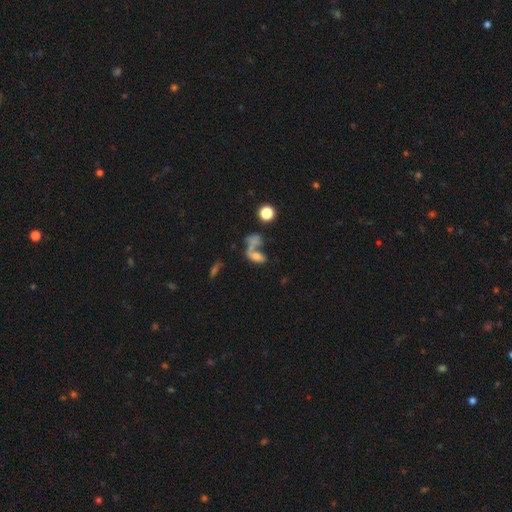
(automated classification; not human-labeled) A smooth galaxy with no disk features (37%). Merging: merger (42%).